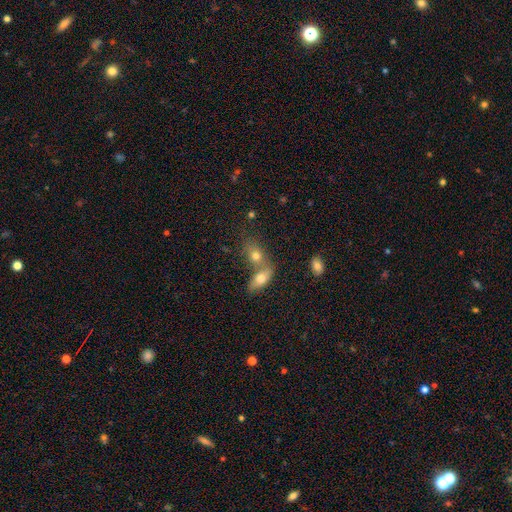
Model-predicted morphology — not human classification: The model was most divided on "merging": merger: 57%, none: 32%, minor disturbance: 7%, major disturbance: 4%. More confident: how rounded — in between (74%); smooth or featured — smooth (73%).